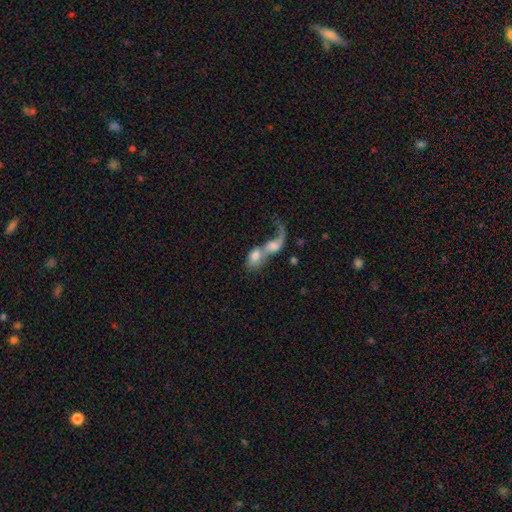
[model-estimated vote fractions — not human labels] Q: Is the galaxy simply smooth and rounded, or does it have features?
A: smooth — 55%.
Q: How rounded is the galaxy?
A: in between — 68%.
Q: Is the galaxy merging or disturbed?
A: merger — 80%.